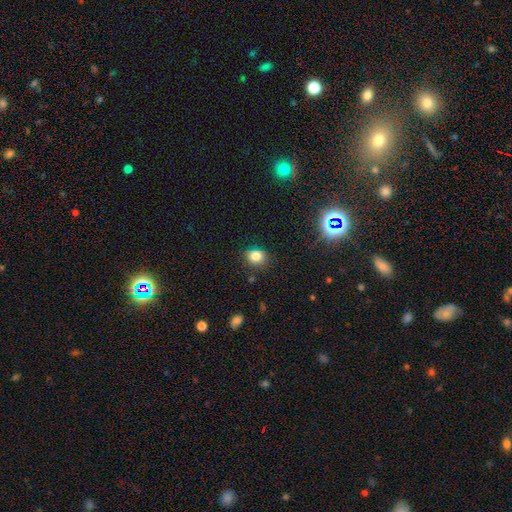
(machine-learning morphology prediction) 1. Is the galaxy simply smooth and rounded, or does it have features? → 79% smooth, 14% star or artifact, 7% featured or disk.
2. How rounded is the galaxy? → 68% round, 31% in between, 1% cigar-shaped.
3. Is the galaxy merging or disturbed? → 81% none, 14% minor disturbance, 3% major disturbance, 2% merger.